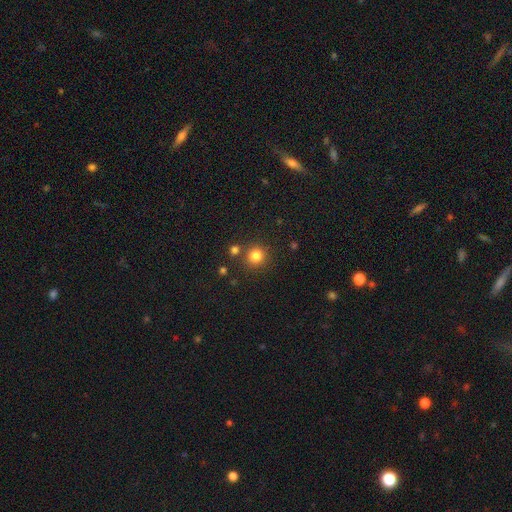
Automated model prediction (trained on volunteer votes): The model was most divided on "smooth or featured": smooth: 81%, star or artifact: 13%, featured or disk: 5%. More confident: how rounded — round (92%); merging — none (82%).